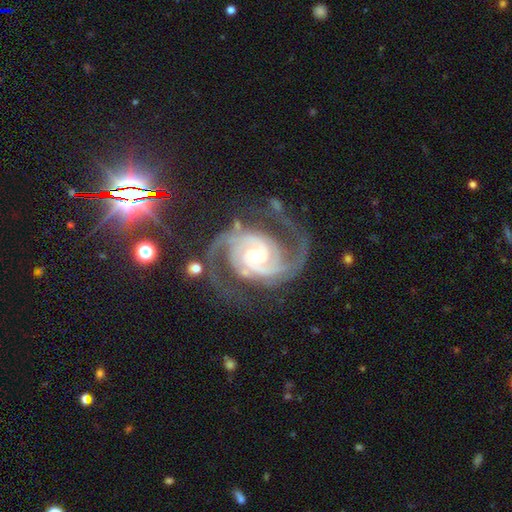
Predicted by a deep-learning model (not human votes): Overall: featured or disk (93%). Edge-on disk: no (98%). Bar: no (54%; weak 32%). Spiral arms: yes (99%). Spiral arm count: 2 (82%). Spiral winding: tight (47%; medium 45%). Bulge size: moderate (58%; small 35%). Merging: none (69%).